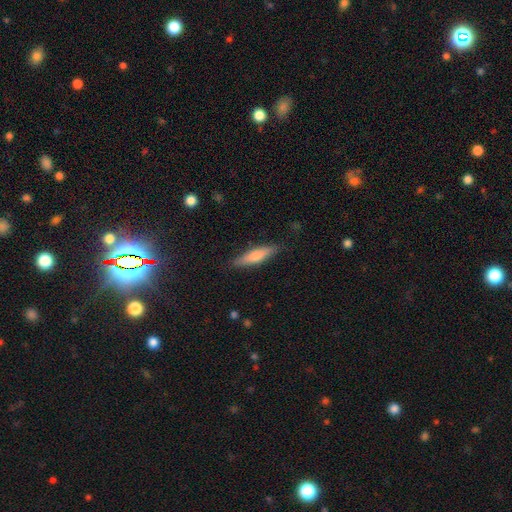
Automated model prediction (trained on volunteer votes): Smooth or featured? smooth (58%)
How rounded? cigar-shaped (79%)
Merging? none (87%)